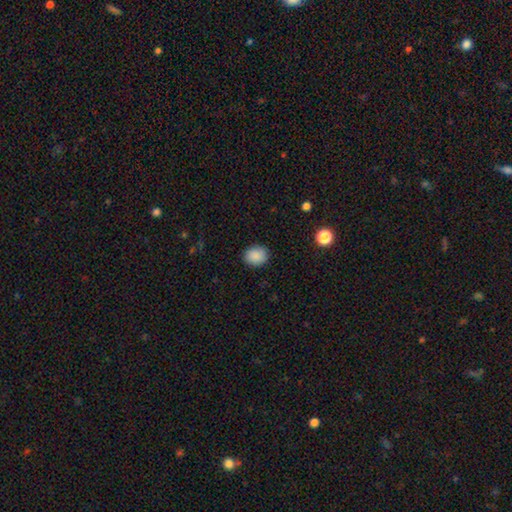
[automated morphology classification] This appears to be a smooth galaxy with no disk features (88%) that is round (61%). Merging: none (88%).